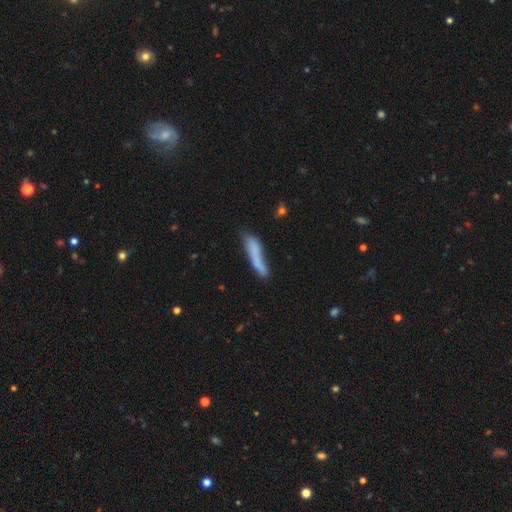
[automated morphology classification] type=smooth (70%); roundness=cigar-shaped (86%); merging=none (53%).